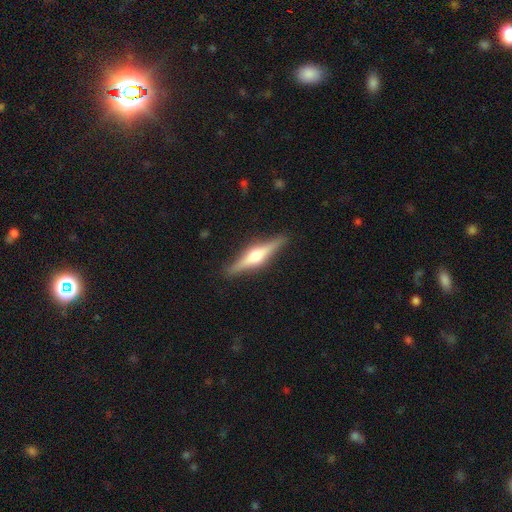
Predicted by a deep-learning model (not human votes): A featured or disk galaxy (73%) viewed edge-on (98%) with a rounded central bulge (92%). Merging: none (90%).